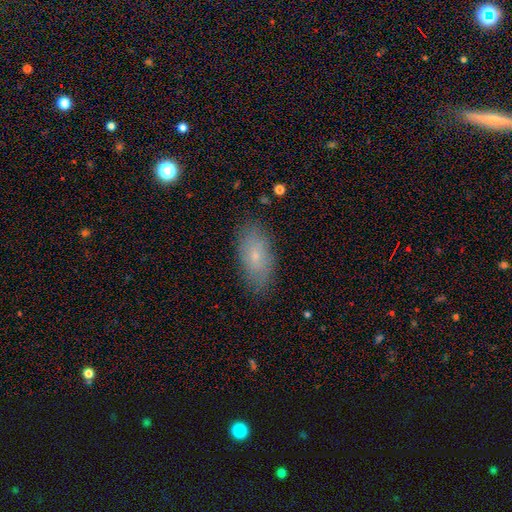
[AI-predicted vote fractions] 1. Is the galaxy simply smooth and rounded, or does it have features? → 68% smooth, 24% featured or disk, 9% star or artifact.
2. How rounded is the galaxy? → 89% in between, 7% cigar-shaped, 4% round.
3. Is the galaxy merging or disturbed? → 83% none, 13% minor disturbance, 3% major disturbance, 1% merger.